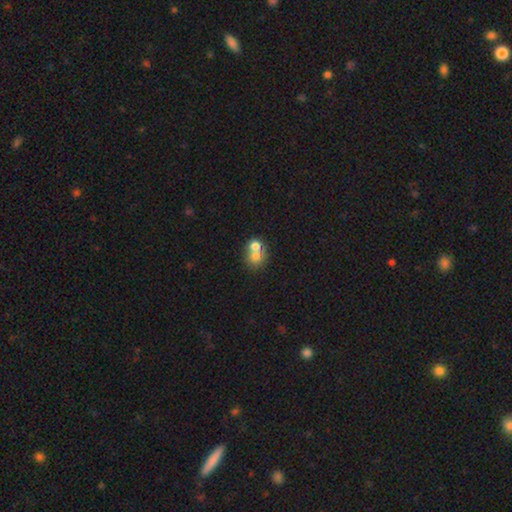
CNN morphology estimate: smooth 69%, featured or disk 21%, star or artifact 11%. Down the decision tree: how rounded — round (65%); merging — merger (60%).